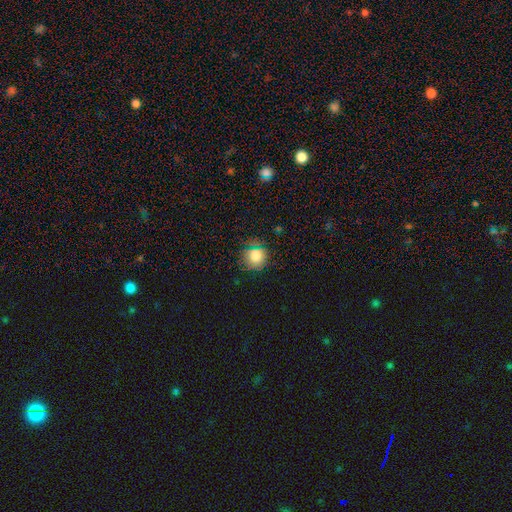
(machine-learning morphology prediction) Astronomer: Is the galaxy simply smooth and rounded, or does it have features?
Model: smooth — 78%.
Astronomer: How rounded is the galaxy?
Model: round — 92%.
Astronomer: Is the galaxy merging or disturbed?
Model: none — 84%.